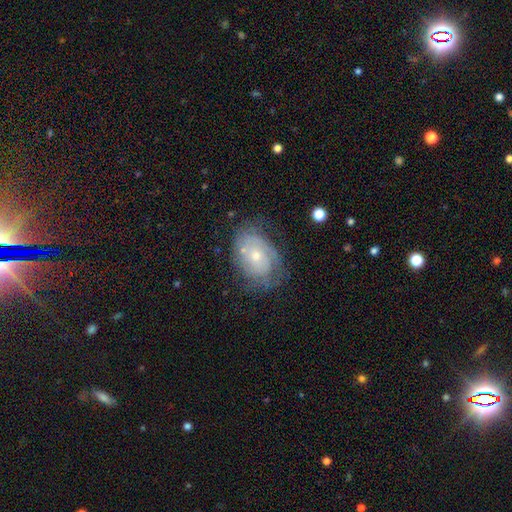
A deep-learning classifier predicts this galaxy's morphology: This appears to be a featured or disk galaxy (69%) with no bar (79%), tight (64%) spiral arms (80%) and a small central bulge (52%). Merging: none (63%).